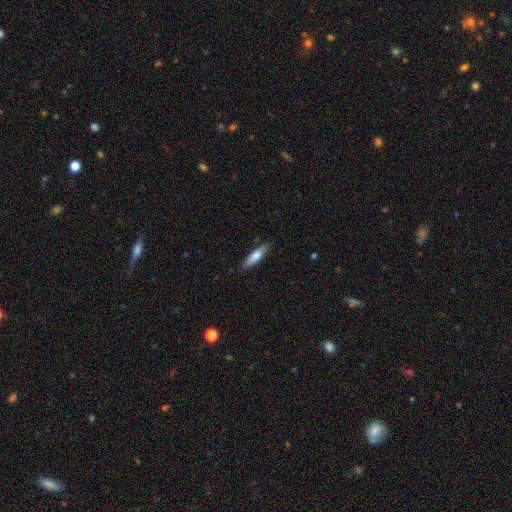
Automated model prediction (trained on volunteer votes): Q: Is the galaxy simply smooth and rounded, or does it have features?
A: smooth — 69%.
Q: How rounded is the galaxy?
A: cigar-shaped — 67%.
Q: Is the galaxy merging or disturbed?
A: none — 82%.